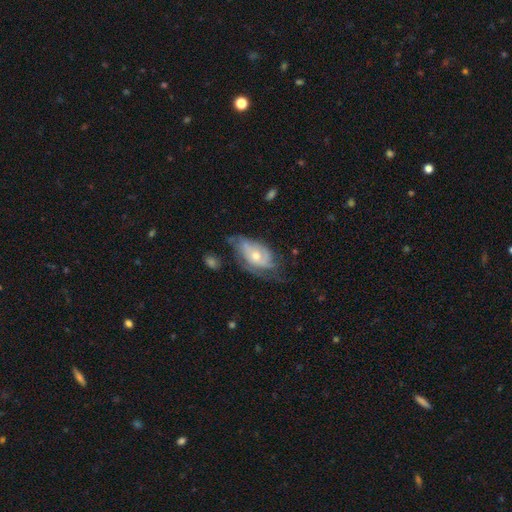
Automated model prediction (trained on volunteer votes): The model was most divided on "spiral arm count": can't tell: 41%, 2: 33%, 3: 12%, 1: 8%, 4: 3%, more than 4: 2%. Remaining: edge-on disk — no (93%); spiral arms — yes (80%); bar — no (73%); smooth or featured — featured or disk (69%); bulge size — moderate (58%); merging — none (47%); spiral winding — tight (47%).